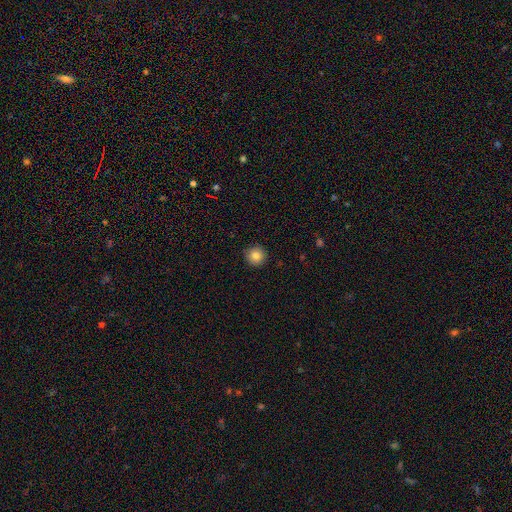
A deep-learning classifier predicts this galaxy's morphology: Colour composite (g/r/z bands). It shows a smooth galaxy with no disk features (83%) that is round (96%). Merging: none (93%).